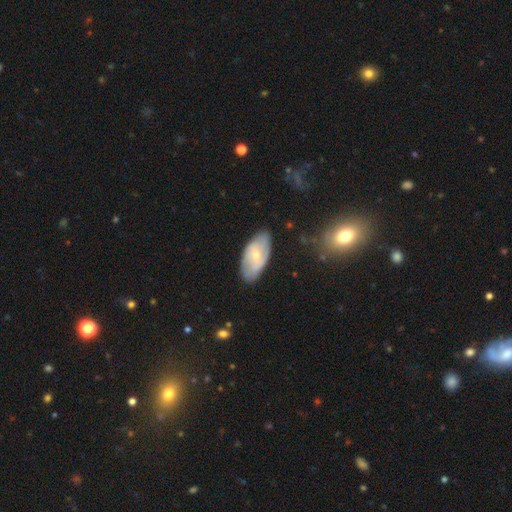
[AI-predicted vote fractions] Smooth or featured? Predicted: featured or disk (p=0.53). Edge-on disk? Predicted: no (p=0.91). Merging? Predicted: none (p=0.76).